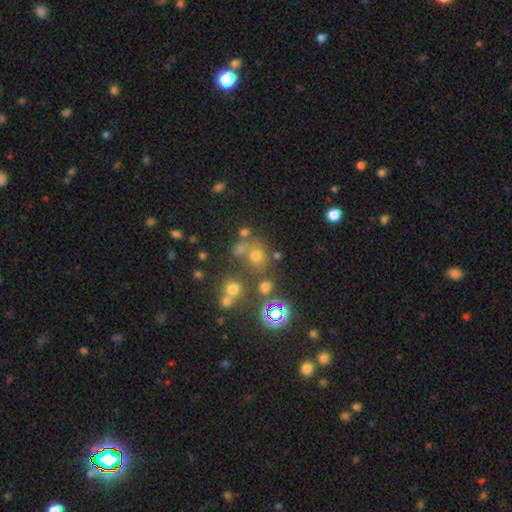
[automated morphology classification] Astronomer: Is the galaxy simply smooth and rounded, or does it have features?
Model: smooth — 54% (runner-up: star or artifact, 33%).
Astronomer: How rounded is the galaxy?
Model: round — 75%.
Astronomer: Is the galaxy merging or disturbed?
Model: none — 61%.